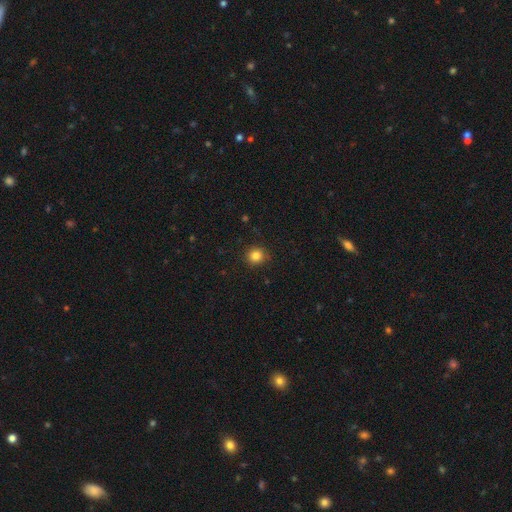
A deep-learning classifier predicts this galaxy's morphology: smooth-or-featured: smooth: 84% | star or artifact: 11% | featured or disk: 5%
  how-rounded: round: 91% | in between: 8% | cigar-shaped: 1%
  merging: none: 89% | minor disturbance: 8% | major disturbance: 2% | merger: 1%